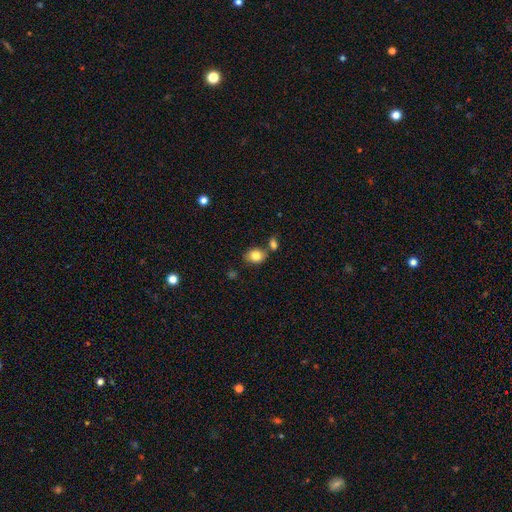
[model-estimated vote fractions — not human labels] Smooth or featured?
  - smooth: 82% *
  - star or artifact: 9%
  - featured or disk: 9%
How rounded?
  - in between: 57% *
  - round: 42%
  - cigar-shaped: 1%
Merging?
  - none: 64% *
  - merger: 19%
  - minor disturbance: 13%
  - major disturbance: 4%